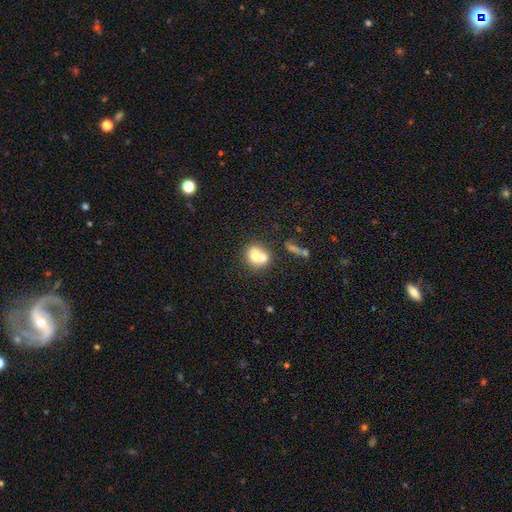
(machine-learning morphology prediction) type=smooth (69%); roundness=round (75%); merging=merger (55%).